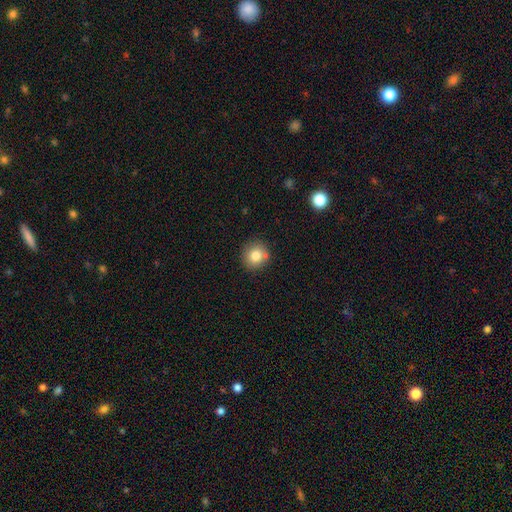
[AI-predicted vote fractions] Smooth or featured: smooth — 80% (star or artifact — 11%)
How rounded: round — 91% (in between — 8%)
Merging: none — 81% (minor disturbance — 11%)